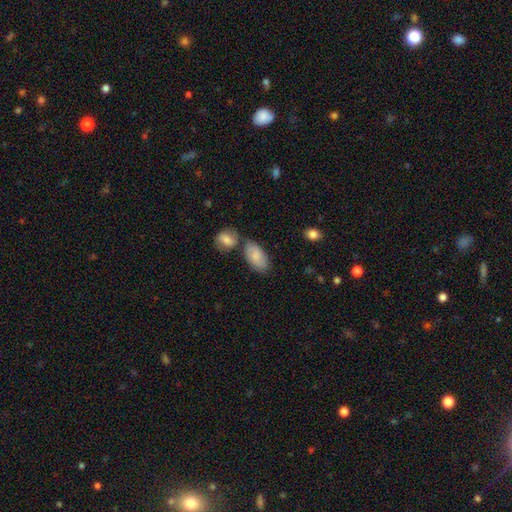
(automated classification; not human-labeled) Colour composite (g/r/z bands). It shows a smooth galaxy with no disk features (76%) that is in between round and cigar-shaped (93%). Merging: none (60%).